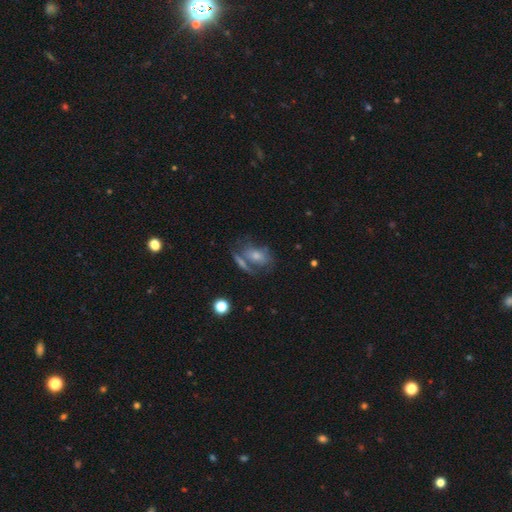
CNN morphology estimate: Overall: smooth (44%; featured or disk 41%). Merging: none (46%; merger 24%).